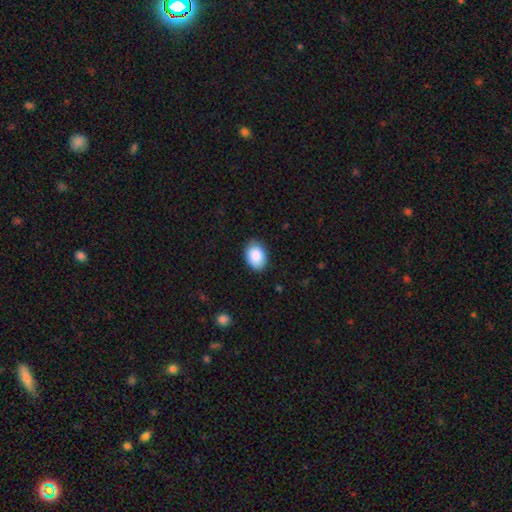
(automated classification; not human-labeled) Q: Smooth or featured?
A: smooth (90%); runner-up: star or artifact (7%)
Q: How rounded?
A: in between (81%); runner-up: round (18%)
Q: Merging?
A: none (85%); runner-up: minor disturbance (12%)